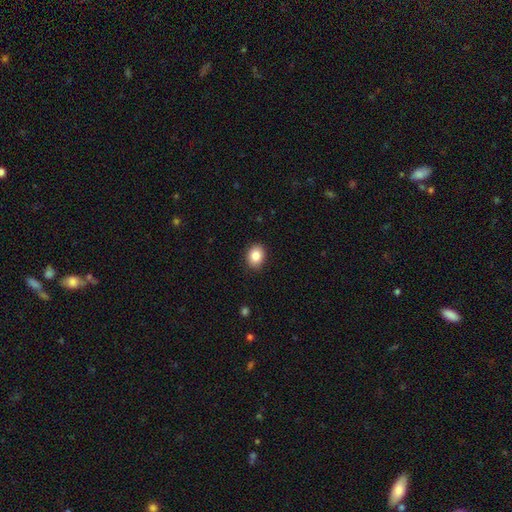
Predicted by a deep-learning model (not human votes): Overall: smooth (85%). How rounded: in between (53%; round 46%). Merging: none (89%).